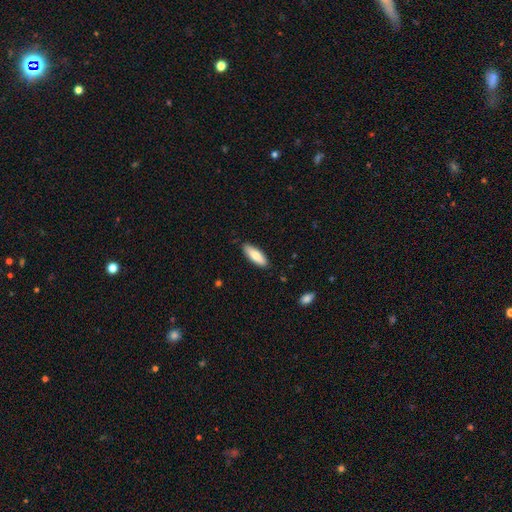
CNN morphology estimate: type=smooth (81%); roundness=in between (62%); merging=none (87%).